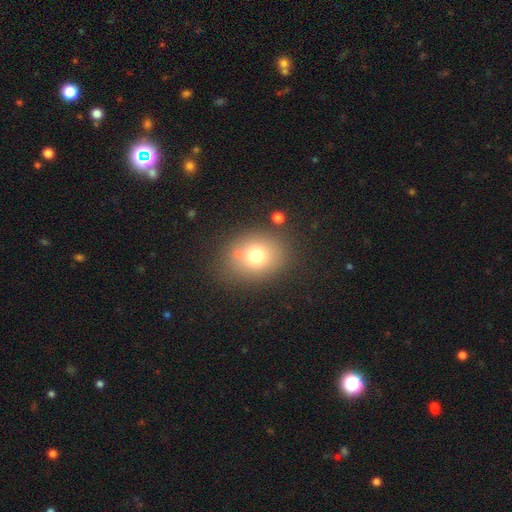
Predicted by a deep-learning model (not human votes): Overall: smooth (75%). How rounded: round (57%; in between 42%). Merging: none (74%).